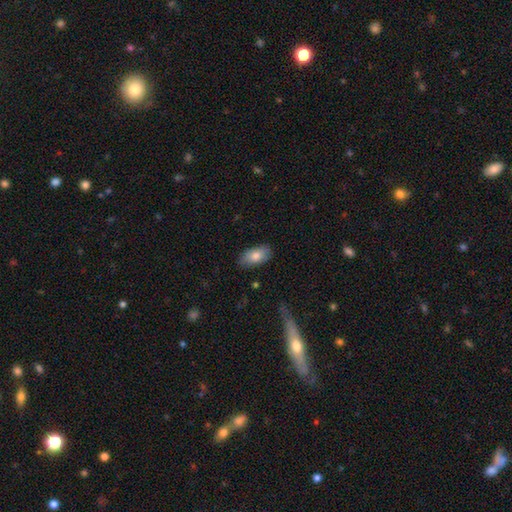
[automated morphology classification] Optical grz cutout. It shows a smooth galaxy with no disk features (81%) that is in between round and cigar-shaped (93%). Merging: none (84%).